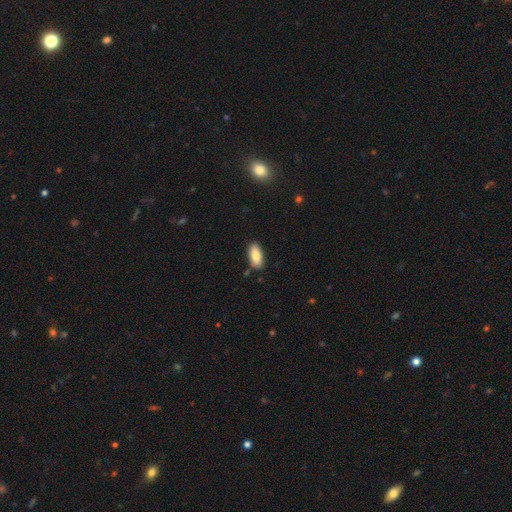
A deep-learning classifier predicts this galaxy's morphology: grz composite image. It shows a smooth galaxy with no disk features (84%) that is in between round and cigar-shaped (88%). Merging: none (84%).